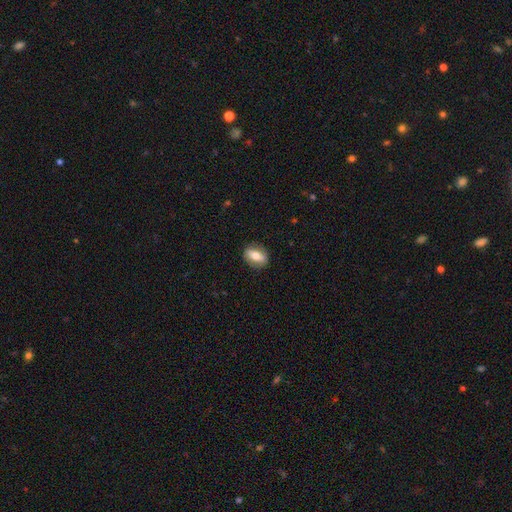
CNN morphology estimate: A smooth galaxy with no disk features (59%) that is in between round and cigar-shaped (71%).

Vote fractions:
- Smooth or featured? smooth: 59% / featured or disk: 34% / star or artifact: 7%
- How rounded? in between: 71% / round: 24% / cigar-shaped: 5%
- Merging? none: 85% / minor disturbance: 11% / major disturbance: 3% / merger: 1%